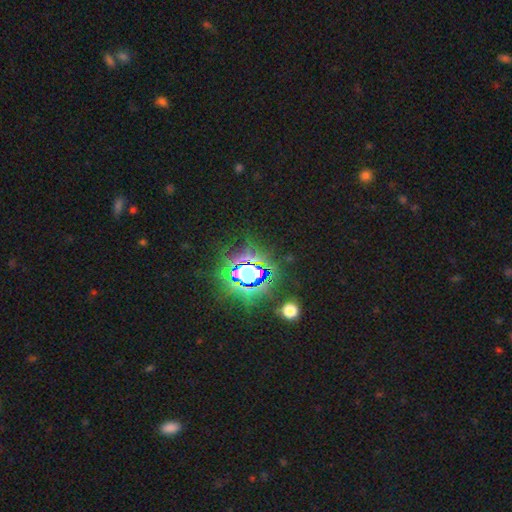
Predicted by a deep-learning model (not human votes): Smooth or featured: star or artifact — 81% (smooth — 11%)